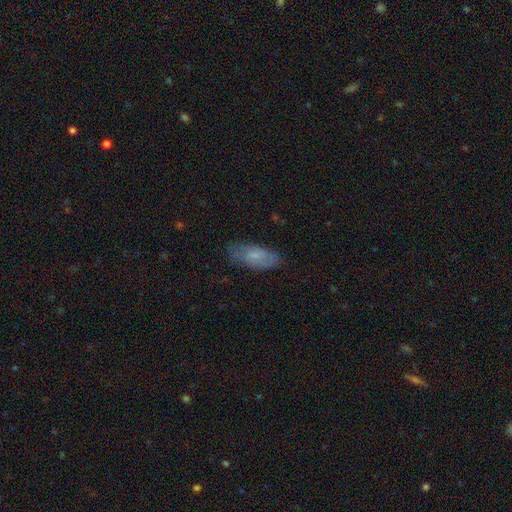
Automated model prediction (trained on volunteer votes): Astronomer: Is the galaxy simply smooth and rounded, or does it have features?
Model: smooth — 58% (runner-up: featured or disk, 35%).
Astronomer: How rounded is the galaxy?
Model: in between — 85%.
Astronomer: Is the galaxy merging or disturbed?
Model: none — 73%.